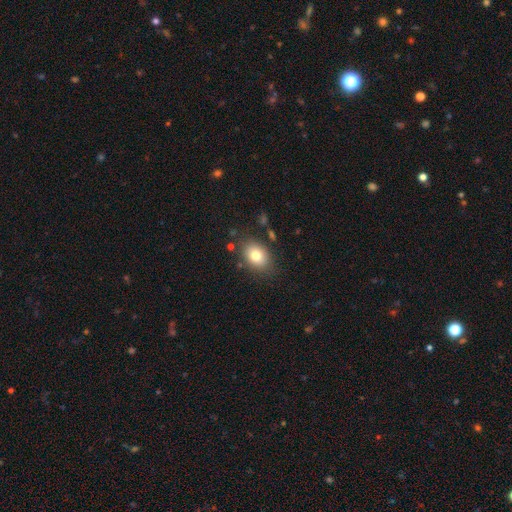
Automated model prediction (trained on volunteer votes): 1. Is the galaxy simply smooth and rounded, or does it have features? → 79% smooth, 11% featured or disk, 9% star or artifact.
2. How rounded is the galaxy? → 70% in between, 29% round, 1% cigar-shaped.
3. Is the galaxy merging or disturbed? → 81% none, 12% minor disturbance, 4% major disturbance, 3% merger.